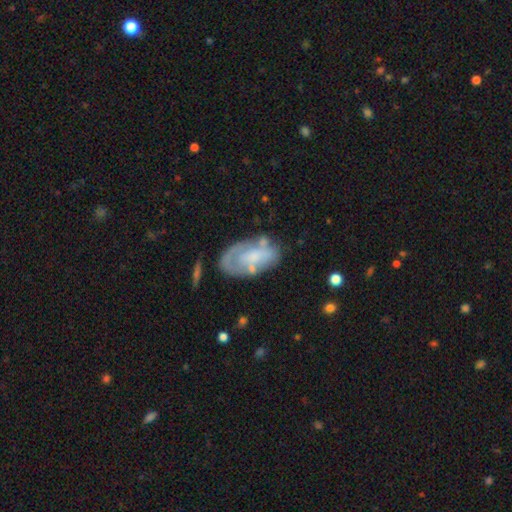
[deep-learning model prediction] Overall: featured or disk (56%; smooth 37%). Edge-on disk: no (94%). Bar: no (73%). Spiral arms: yes (54%; no 46%). Bulge size: small (34%; none 32%). Merging: none (51%; minor disturbance 26%).